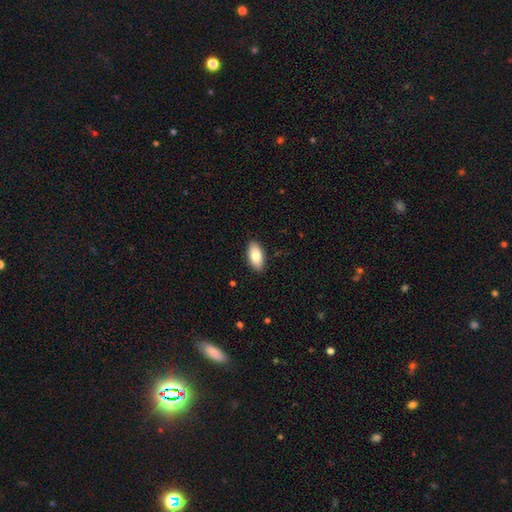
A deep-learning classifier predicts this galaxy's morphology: Q: Smooth or featured?
A: smooth (86%); runner-up: featured or disk (8%)
Q: How rounded?
A: in between (93%); runner-up: cigar-shaped (5%)
Q: Merging?
A: none (88%); runner-up: minor disturbance (9%)